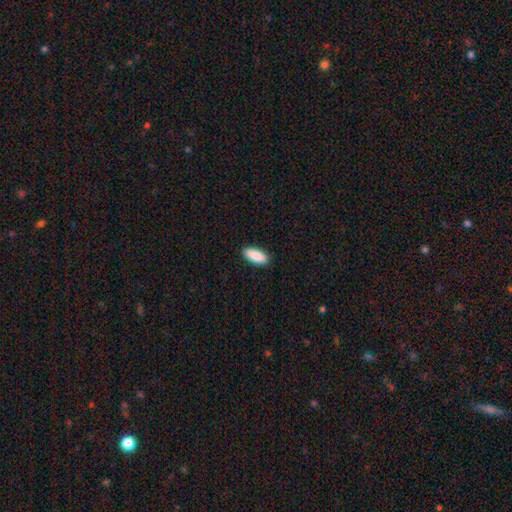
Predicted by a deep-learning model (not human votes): smooth 90%, star or artifact 6%, featured or disk 5%. Down the decision tree: how rounded — in between (86%); merging — none (90%).